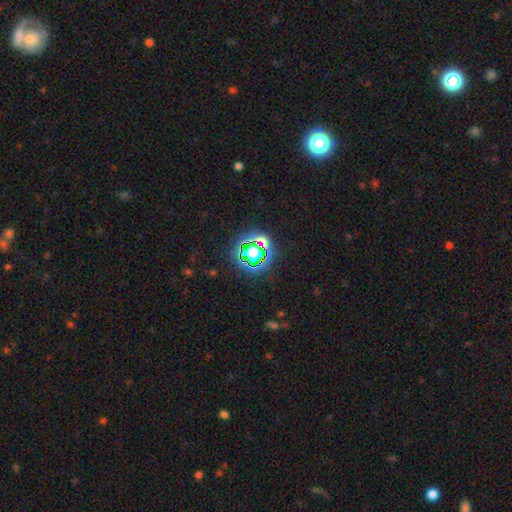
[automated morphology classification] Smooth or featured? Predicted: star or artifact (p=0.62).